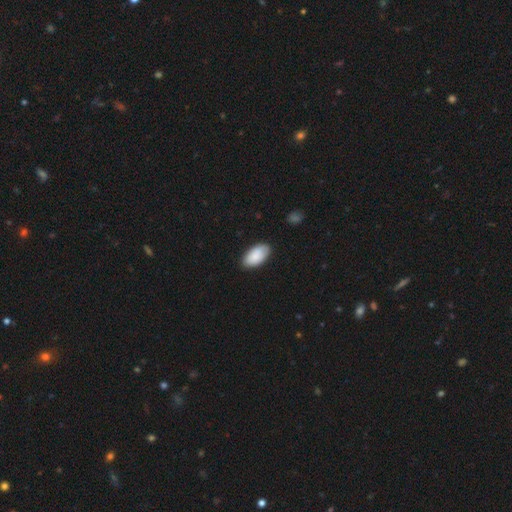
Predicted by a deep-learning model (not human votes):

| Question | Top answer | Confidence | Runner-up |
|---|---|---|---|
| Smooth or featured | smooth | 85% | featured or disk (9%) |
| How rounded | in between | 96% | round (2%) |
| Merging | none | 82% | minor disturbance (15%) |